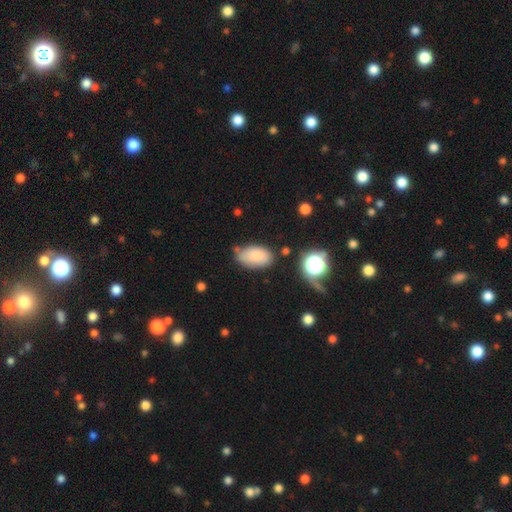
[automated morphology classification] Overall: smooth (81%). How rounded: in between (93%). Merging: none (64%).